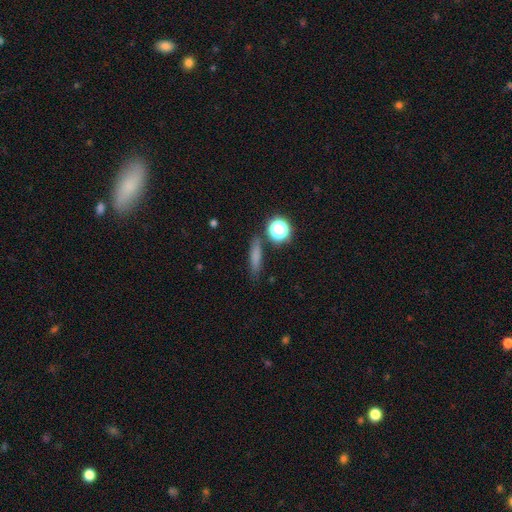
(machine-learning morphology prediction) type=smooth (71%); roundness=cigar-shaped (72%); merging=none (81%).